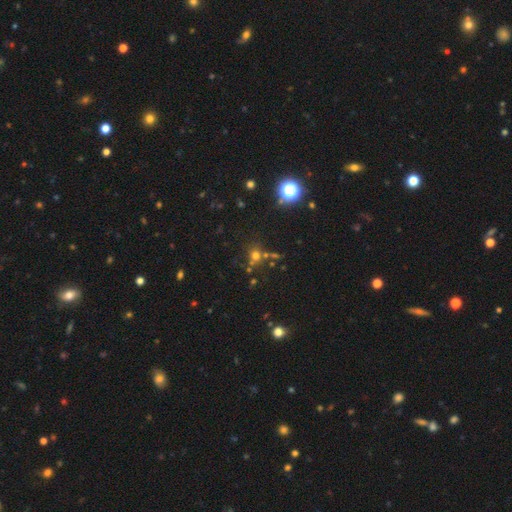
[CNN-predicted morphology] type=smooth (57%); roundness=round (82%); merging=none (64%).